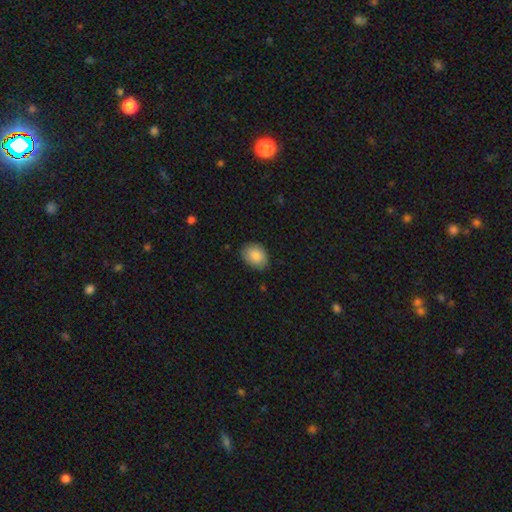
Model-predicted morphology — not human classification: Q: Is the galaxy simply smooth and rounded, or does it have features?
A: smooth — 86%.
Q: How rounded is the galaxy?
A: in between — 69%.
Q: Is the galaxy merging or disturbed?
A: none — 81%.